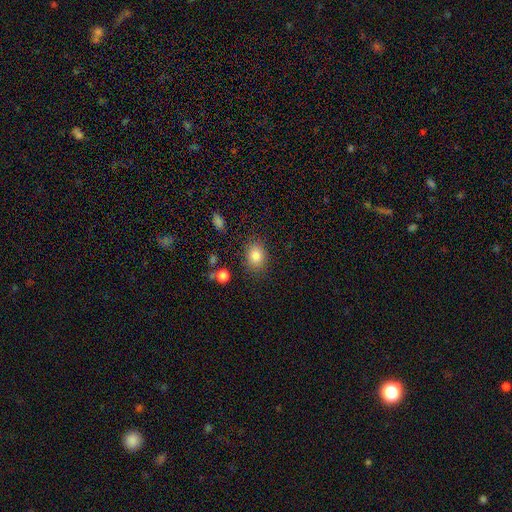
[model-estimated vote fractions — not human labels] Smooth or featured?
  - smooth: 82% *
  - star or artifact: 10%
  - featured or disk: 8%
How rounded?
  - in between: 56% *
  - round: 43%
  - cigar-shaped: 1%
Merging?
  - none: 83% *
  - minor disturbance: 11%
  - major disturbance: 4%
  - merger: 2%